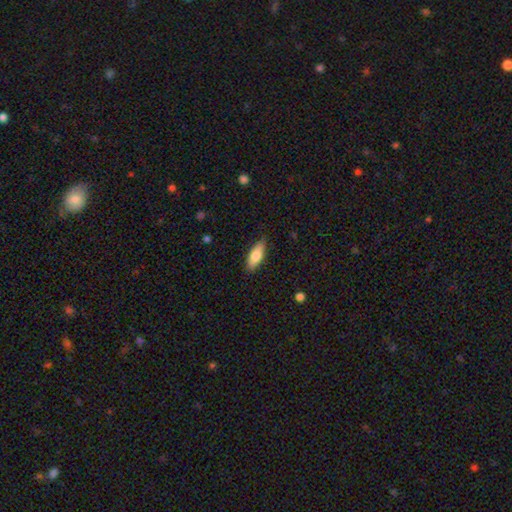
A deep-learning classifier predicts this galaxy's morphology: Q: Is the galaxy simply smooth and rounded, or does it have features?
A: smooth — 73%.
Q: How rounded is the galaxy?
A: in between — 65%.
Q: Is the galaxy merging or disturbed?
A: none — 84%.